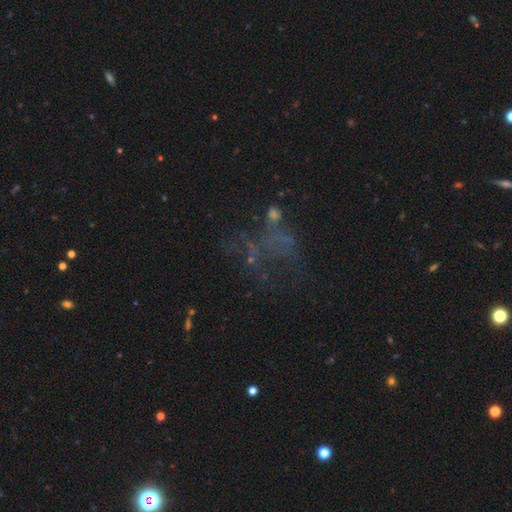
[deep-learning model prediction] This appears to be a featured or disk galaxy (40%). Merging: none (39%).